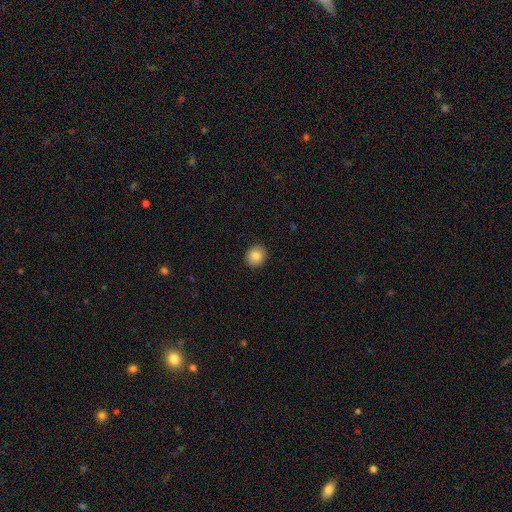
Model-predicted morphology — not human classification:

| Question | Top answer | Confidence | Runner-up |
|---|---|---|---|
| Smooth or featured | smooth | 84% | star or artifact (9%) |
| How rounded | round | 87% | in between (12%) |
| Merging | none | 92% | minor disturbance (6%) |